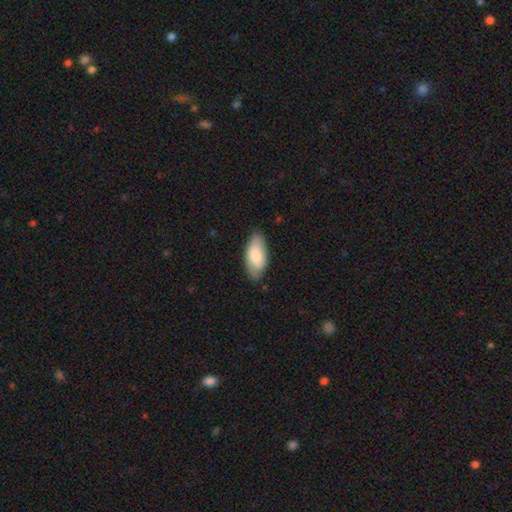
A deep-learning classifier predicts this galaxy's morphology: This appears to be a smooth galaxy with no disk features (76%) that is in between round and cigar-shaped (91%). Merging: none (78%).